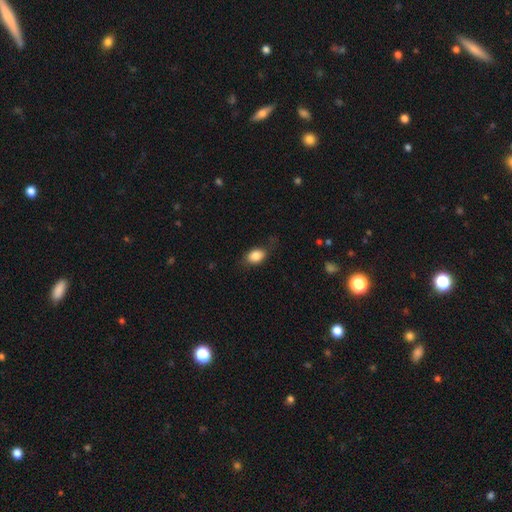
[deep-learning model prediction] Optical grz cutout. It shows a smooth galaxy with no disk features (85%) that is in between round and cigar-shaped (82%). Merging: none (71%).